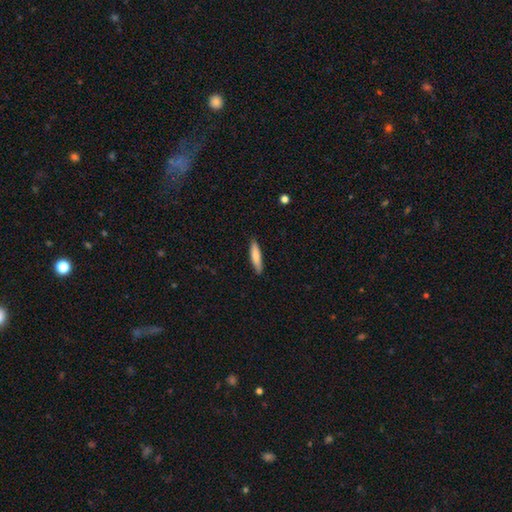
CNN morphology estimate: A smooth galaxy with no disk features (76%) that is cigar-shaped (82%).

Vote fractions:
- Smooth or featured? smooth: 76% / featured or disk: 19% / star or artifact: 5%
- How rounded? cigar-shaped: 82% / in between: 17% / round: 1%
- Merging? none: 89% / minor disturbance: 8% / major disturbance: 2% / merger: 1%